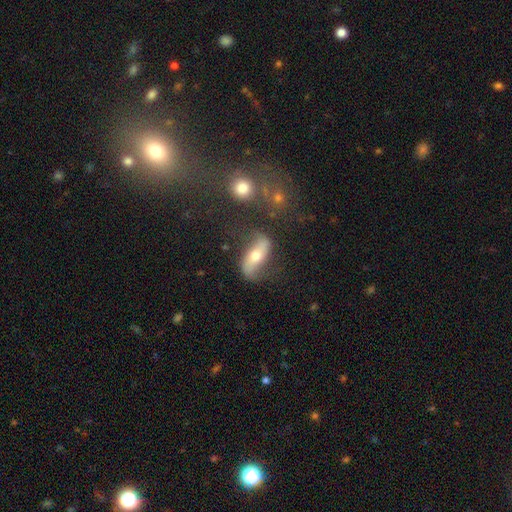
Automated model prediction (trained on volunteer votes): This is likely a featured or disk galaxy (65%). It is clearly not viewed edge-on (81%). Bar: possibly no (45%). Spiral arm pattern: clearly yes (82%). Central bulge: likely moderate (70%). Merging: likely none (64%).